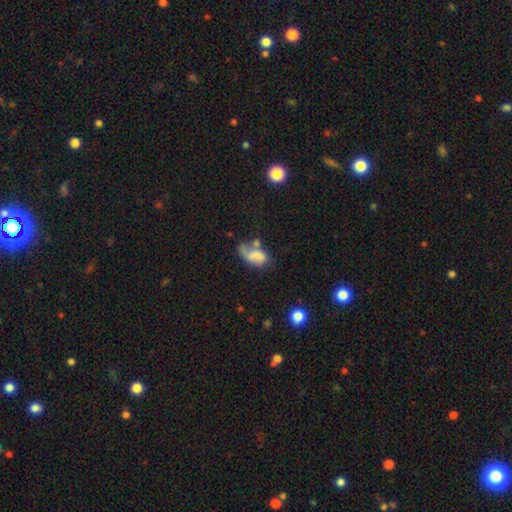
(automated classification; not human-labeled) Overall: smooth (63%; featured or disk 26%). How rounded: in between (89%). Merging: major disturbance (31%; minor disturbance 25%).